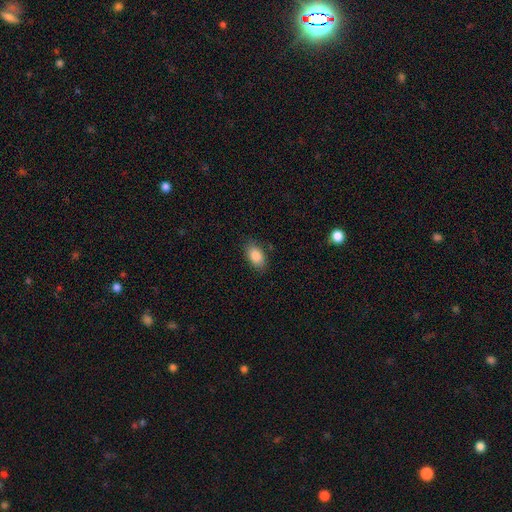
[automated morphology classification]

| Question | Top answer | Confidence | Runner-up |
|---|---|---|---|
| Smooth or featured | smooth | 86% | star or artifact (8%) |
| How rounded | in between | 90% | round (8%) |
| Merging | none | 84% | minor disturbance (12%) |